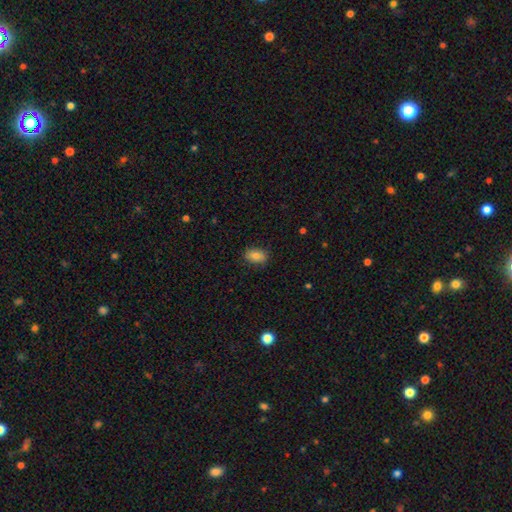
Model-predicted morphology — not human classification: Q: Smooth or featured?
A: smooth (80%); runner-up: featured or disk (11%)
Q: How rounded?
A: in between (85%); runner-up: round (13%)
Q: Merging?
A: none (84%); runner-up: minor disturbance (13%)